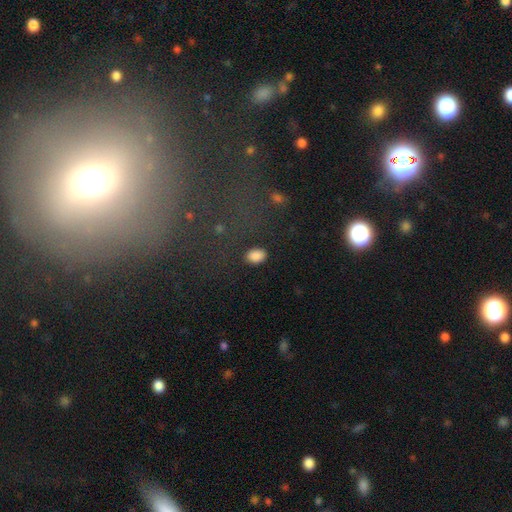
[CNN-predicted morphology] The model was most divided on "how rounded": in between: 81%, round: 17%, cigar-shaped: 1%. More confident: smooth or featured — smooth (86%); merging — none (86%).